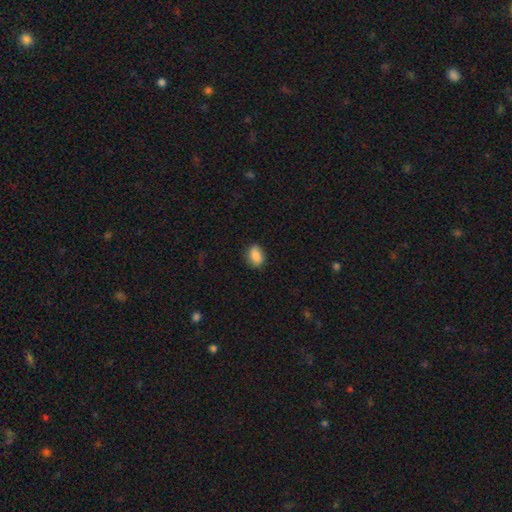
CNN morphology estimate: A smooth galaxy with no disk features (87%) that is in between round and cigar-shaped (78%). Merging: none (83%).